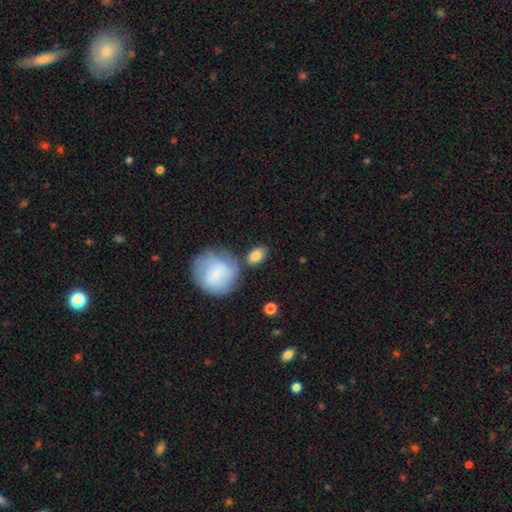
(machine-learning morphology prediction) smooth_or_featured: smooth (p=0.81) [alt: featured or disk p=0.13]
how_rounded: in between (p=0.78) [alt: round p=0.20]
merging: none (p=0.66) [alt: minor disturbance p=0.16]